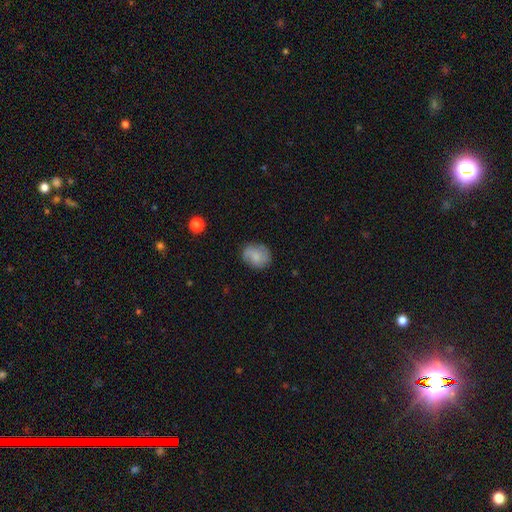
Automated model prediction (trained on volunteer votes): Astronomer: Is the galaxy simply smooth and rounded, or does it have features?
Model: smooth — 71%.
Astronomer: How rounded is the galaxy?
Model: round — 55% (runner-up: in between, 44%).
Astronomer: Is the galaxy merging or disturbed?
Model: none — 70%.